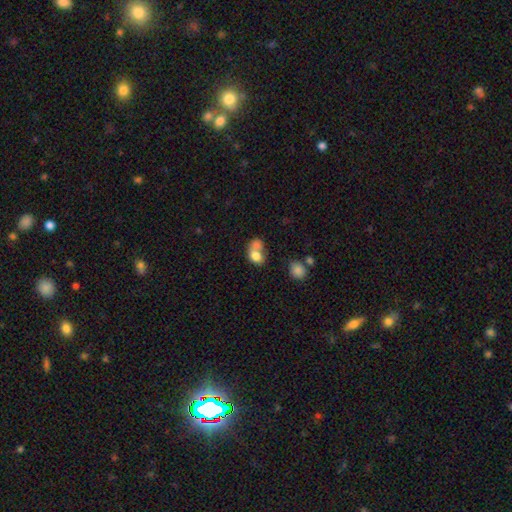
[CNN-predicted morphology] This appears to be a smooth galaxy with no disk features (75%) that is in between round and cigar-shaped (59%). Merging: merger (62%).